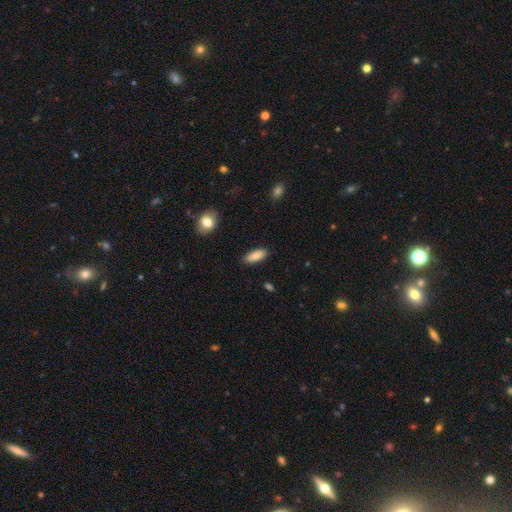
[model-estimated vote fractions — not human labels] Smooth or featured: smooth — 88% (star or artifact — 6%)
How rounded: in between — 74% (cigar-shaped — 24%)
Merging: none — 88% (minor disturbance — 9%)